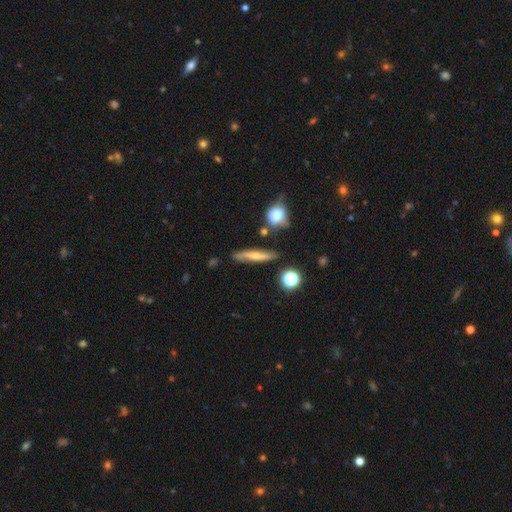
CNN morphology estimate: This is possibly a featured or disk galaxy (46%). Merging: likely none (76%).